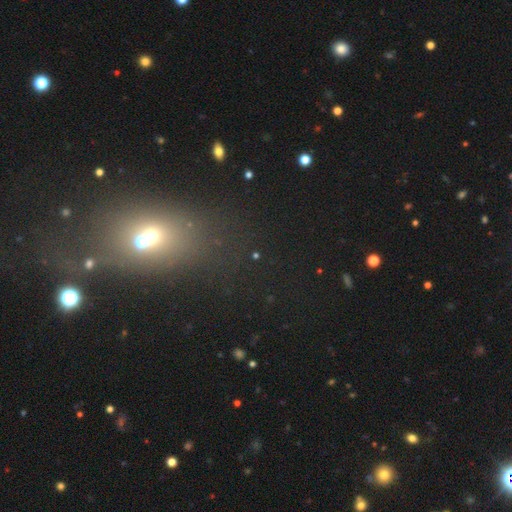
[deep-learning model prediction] Overall: star or artifact (54%; smooth 33%).